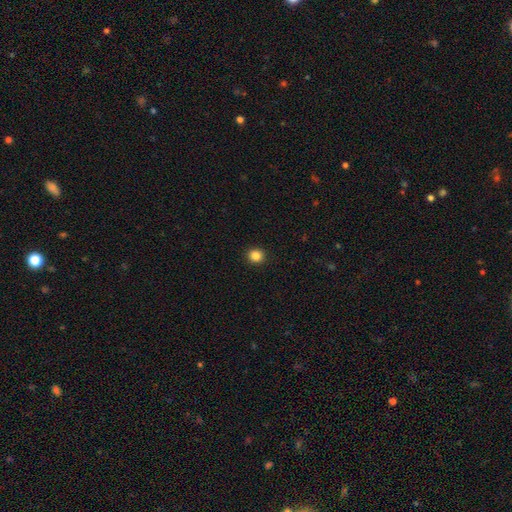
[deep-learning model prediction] This is clearly a smooth galaxy (85%). How rounded: clearly round (89%). Merging: clearly none (93%).